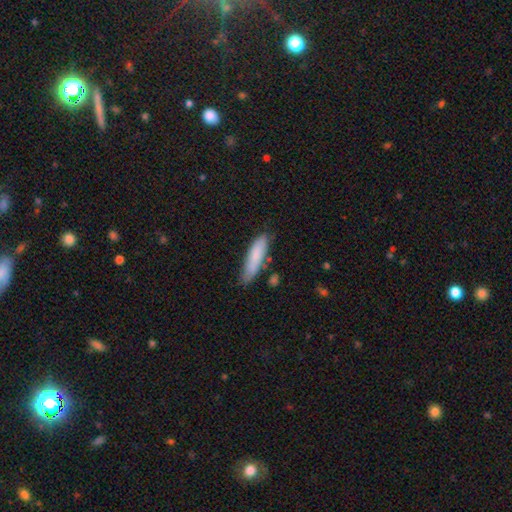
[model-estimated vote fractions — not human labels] Smooth or featured: smooth — 81% (featured or disk — 13%)
How rounded: cigar-shaped — 70% (in between — 29%)
Merging: none — 68% (minor disturbance — 23%)